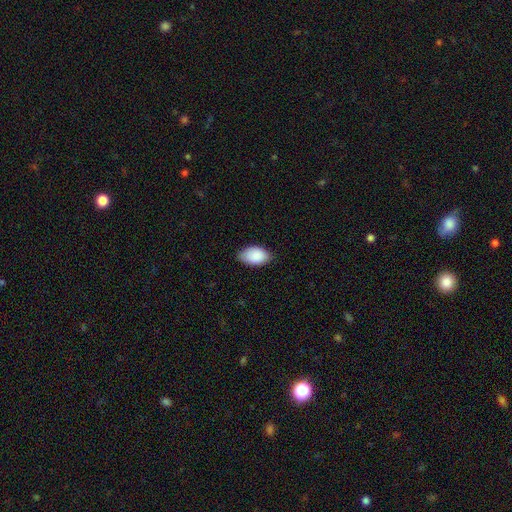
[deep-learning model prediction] Smooth or featured? Predicted: smooth (p=0.89). How rounded? Predicted: in between (p=0.93). Merging? Predicted: none (p=0.74).